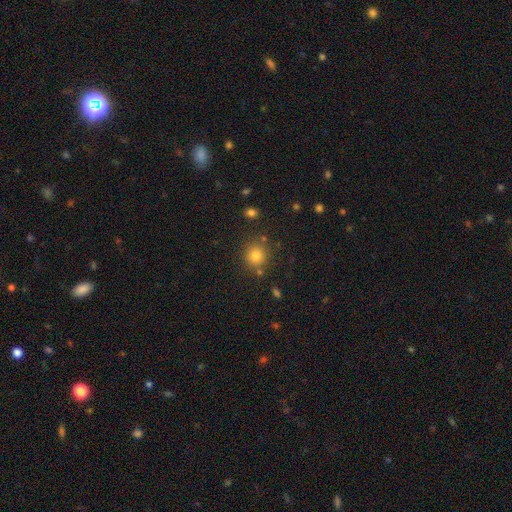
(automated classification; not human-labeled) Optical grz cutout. It shows a smooth galaxy with no disk features (81%) that is round (88%). Merging: none (79%).